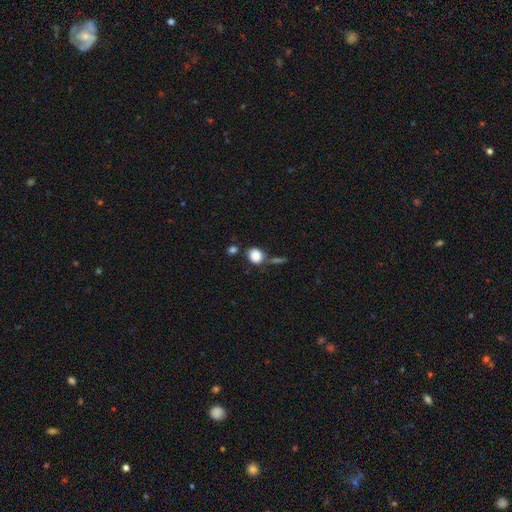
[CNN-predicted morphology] Overall: smooth (86%). How rounded: round (66%; in between 33%). Merging: none (64%).